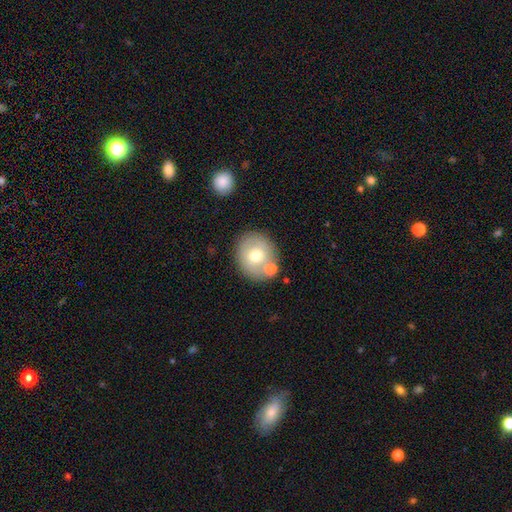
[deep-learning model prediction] Smooth or featured? smooth (66%)
How rounded? round (77%)
Merging? none (68%)